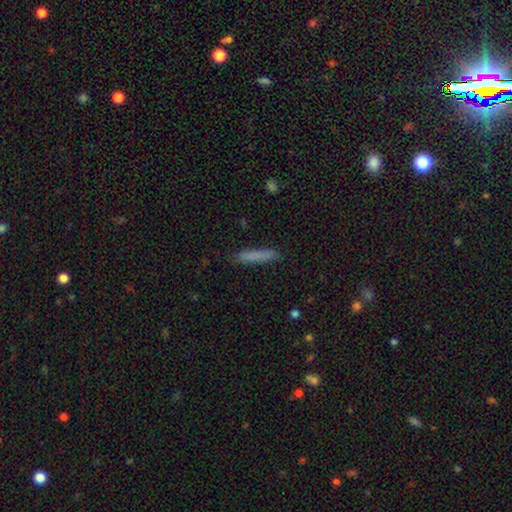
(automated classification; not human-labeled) Smooth or featured? Predicted: smooth (p=0.82). How rounded? Predicted: cigar-shaped (p=0.92). Merging? Predicted: none (p=0.87).